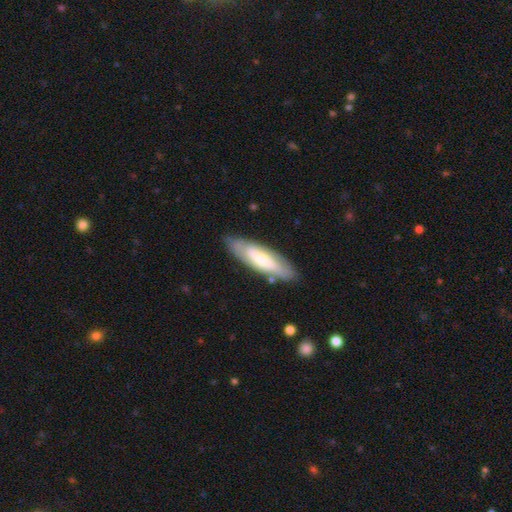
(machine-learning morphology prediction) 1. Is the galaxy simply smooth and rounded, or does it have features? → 48% featured or disk, 46% smooth, 6% star or artifact.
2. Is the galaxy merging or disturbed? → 83% none, 13% minor disturbance, 3% major disturbance, 1% merger.